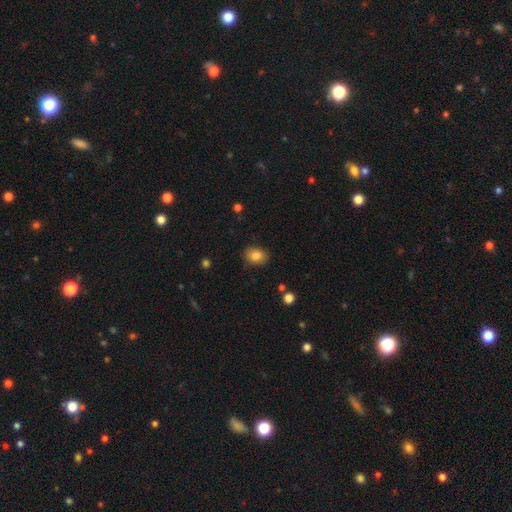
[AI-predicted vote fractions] The model was most divided on "how rounded": in between: 68%, round: 31%, cigar-shaped: 1%. More confident: merging — none (85%); smooth or featured — smooth (84%).